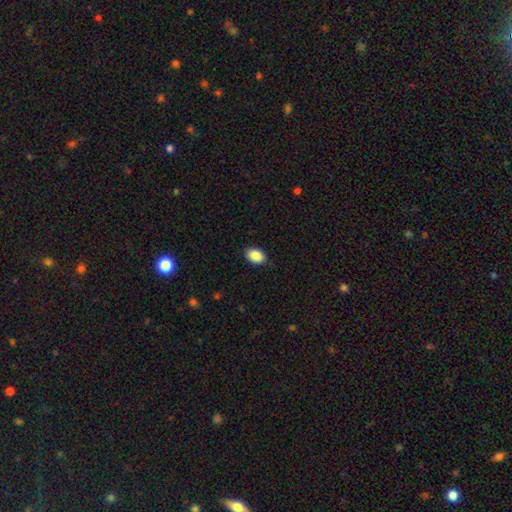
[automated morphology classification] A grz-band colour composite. It shows a smooth galaxy with no disk features (89%) that is in between round and cigar-shaped (83%). Merging: none (86%).